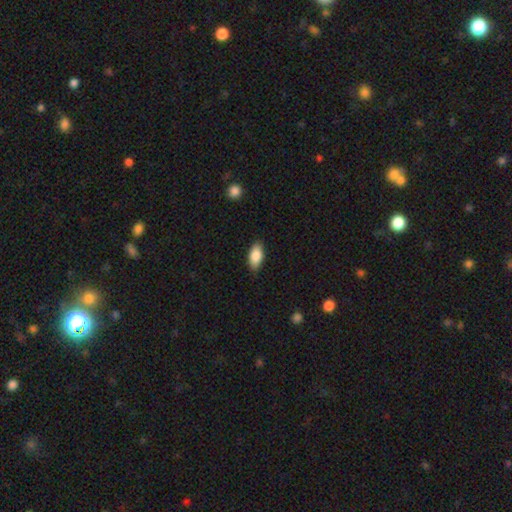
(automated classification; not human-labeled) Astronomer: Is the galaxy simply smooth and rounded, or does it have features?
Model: smooth — 85%.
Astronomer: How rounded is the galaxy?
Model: in between — 91%.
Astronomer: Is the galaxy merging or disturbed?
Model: none — 86%.